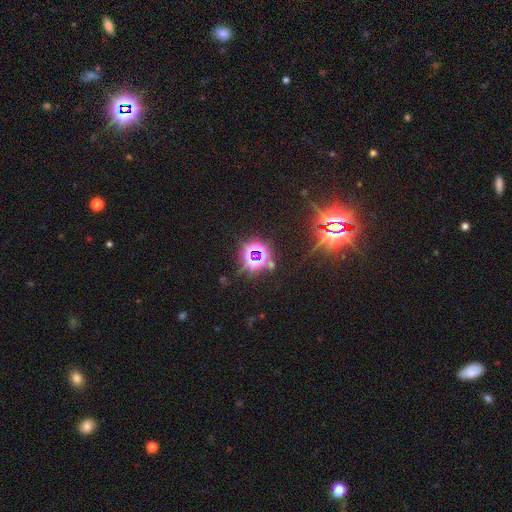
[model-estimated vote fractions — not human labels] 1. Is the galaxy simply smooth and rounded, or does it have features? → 78% star or artifact, 13% smooth, 9% featured or disk.